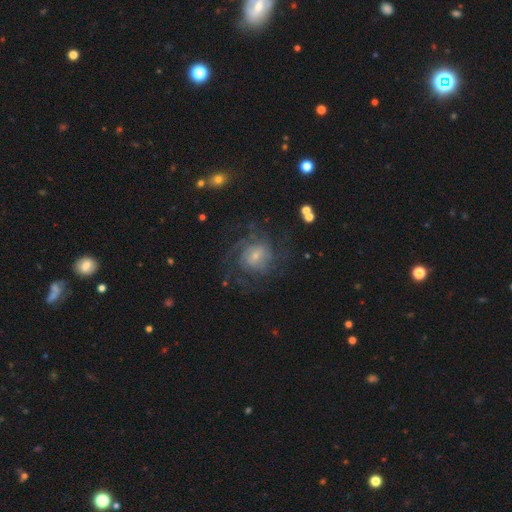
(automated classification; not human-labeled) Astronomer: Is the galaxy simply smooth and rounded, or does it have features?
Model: featured or disk — 77%.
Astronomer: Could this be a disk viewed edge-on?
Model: no — 98%.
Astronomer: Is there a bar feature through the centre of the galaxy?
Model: no — 57% (runner-up: weak, 37%).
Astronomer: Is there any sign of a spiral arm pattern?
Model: yes — 91%.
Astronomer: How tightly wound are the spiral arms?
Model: tight — 49% (runner-up: medium, 37%).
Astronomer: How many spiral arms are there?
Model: can't tell — 39% (runner-up: 3, 17%).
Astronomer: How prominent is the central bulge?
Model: small — 66%.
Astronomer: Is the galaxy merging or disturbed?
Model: none — 65%.